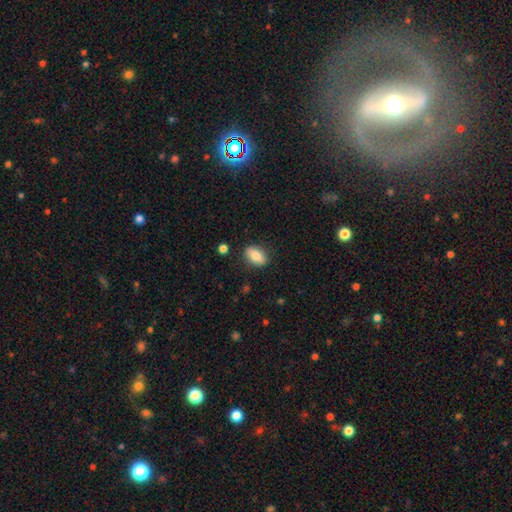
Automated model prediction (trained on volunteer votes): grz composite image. It shows a smooth galaxy with no disk features (80%) that is in between round and cigar-shaped (85%). Merging: none (84%).